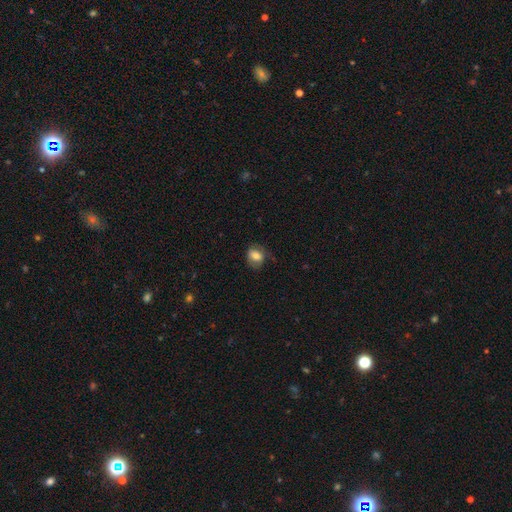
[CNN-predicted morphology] smooth-or-featured: smooth: 74% | featured or disk: 17% | star or artifact: 9%
  how-rounded: in between: 55% | round: 43% | cigar-shaped: 1%
  merging: none: 64% | minor disturbance: 24% | major disturbance: 11% | merger: 1%